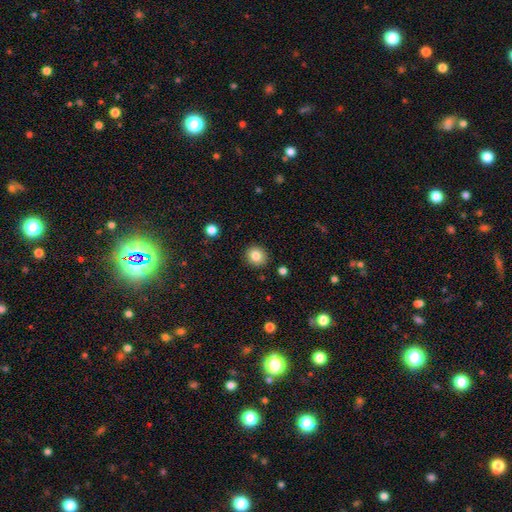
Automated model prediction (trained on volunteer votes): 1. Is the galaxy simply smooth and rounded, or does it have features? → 84% smooth, 10% star or artifact, 6% featured or disk.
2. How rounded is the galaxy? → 87% round, 12% in between, 1% cigar-shaped.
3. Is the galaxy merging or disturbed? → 90% none, 7% minor disturbance, 2% major disturbance, 1% merger.